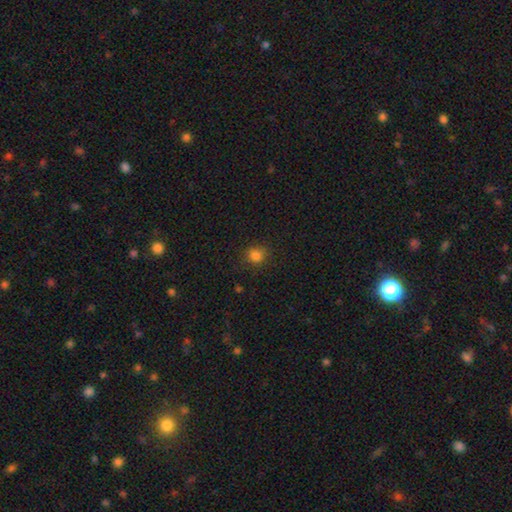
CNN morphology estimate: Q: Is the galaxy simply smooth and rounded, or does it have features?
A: smooth — 81%.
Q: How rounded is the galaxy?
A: round — 87%.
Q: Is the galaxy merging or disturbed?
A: none — 86%.